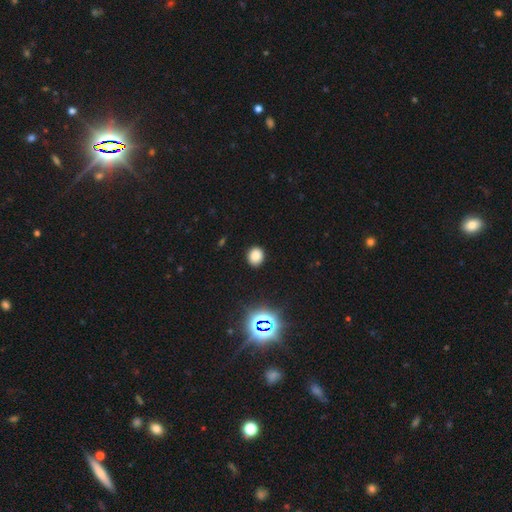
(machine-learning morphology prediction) Smooth or featured?
  - smooth: 81% *
  - star or artifact: 15%
  - featured or disk: 4%
How rounded?
  - round: 66% *
  - in between: 33%
  - cigar-shaped: 1%
Merging?
  - none: 89% *
  - minor disturbance: 8%
  - major disturbance: 2%
  - merger: 1%